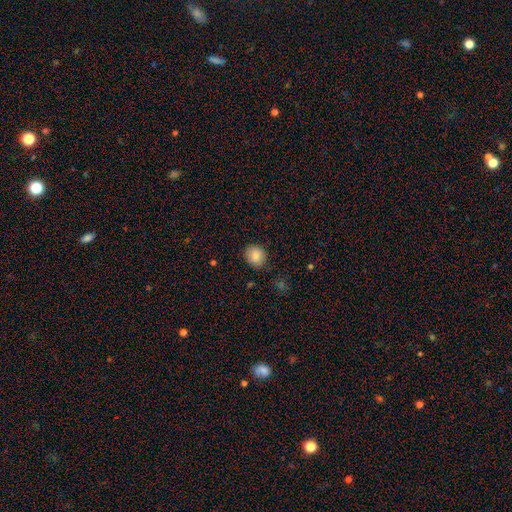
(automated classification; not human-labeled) smooth-or-featured: smooth: 86% | star or artifact: 9% | featured or disk: 5%
  how-rounded: round: 72% | in between: 27% | cigar-shaped: 1%
  merging: none: 86% | minor disturbance: 10% | major disturbance: 2% | merger: 1%